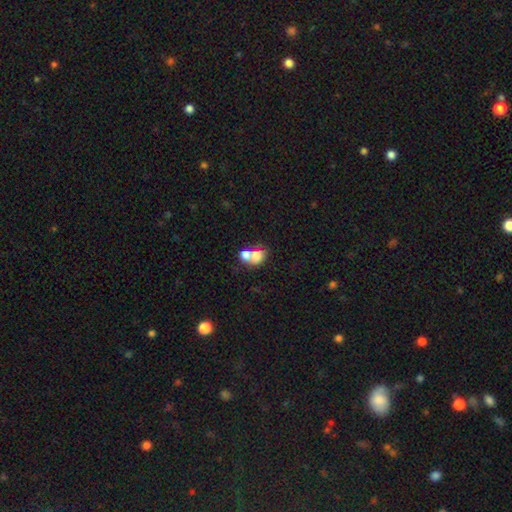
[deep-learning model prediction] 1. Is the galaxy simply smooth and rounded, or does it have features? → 69% smooth, 18% featured or disk, 13% star or artifact.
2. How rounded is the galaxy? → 57% in between, 42% round, 1% cigar-shaped.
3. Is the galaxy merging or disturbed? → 56% merger, 29% none, 9% minor disturbance, 6% major disturbance.